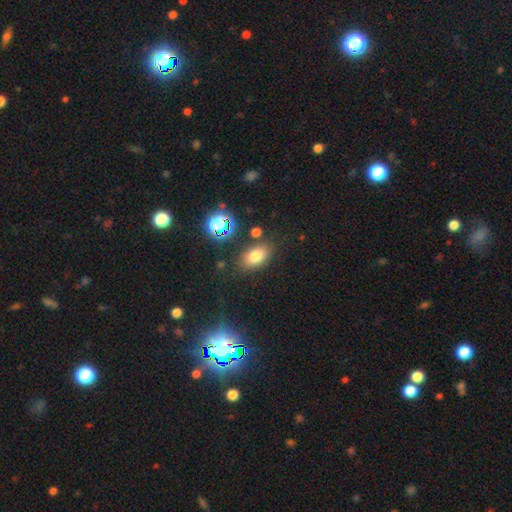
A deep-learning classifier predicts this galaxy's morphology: smooth_or_featured: smooth (p=0.74) [alt: star or artifact p=0.16]
how_rounded: in between (p=0.86) [alt: round p=0.11]
merging: none (p=0.80) [alt: minor disturbance p=0.12]